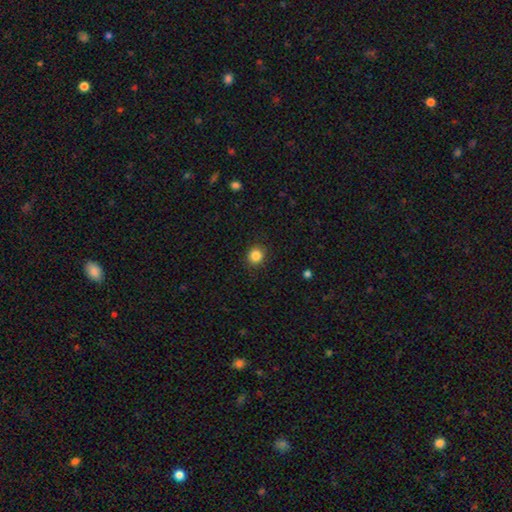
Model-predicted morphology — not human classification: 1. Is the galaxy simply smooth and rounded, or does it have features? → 86% smooth, 11% star or artifact, 4% featured or disk.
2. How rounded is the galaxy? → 87% round, 12% in between, 1% cigar-shaped.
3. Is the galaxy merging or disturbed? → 90% none, 7% minor disturbance, 2% major disturbance, 1% merger.